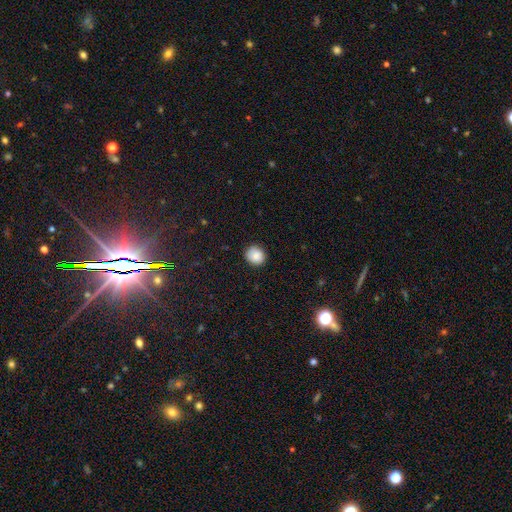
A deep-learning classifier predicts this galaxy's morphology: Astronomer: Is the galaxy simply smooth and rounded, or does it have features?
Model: smooth — 86%.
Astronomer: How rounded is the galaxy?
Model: round — 81%.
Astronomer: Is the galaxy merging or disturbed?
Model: none — 86%.